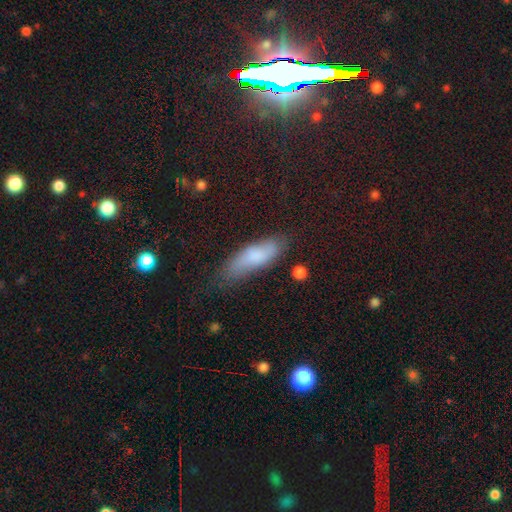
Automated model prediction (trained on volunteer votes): smooth-or-featured: smooth: 74% | featured or disk: 18% | star or artifact: 8%
  how-rounded: in between: 56% | cigar-shaped: 42% | round: 3%
  merging: none: 63% | minor disturbance: 26% | major disturbance: 8% | merger: 3%